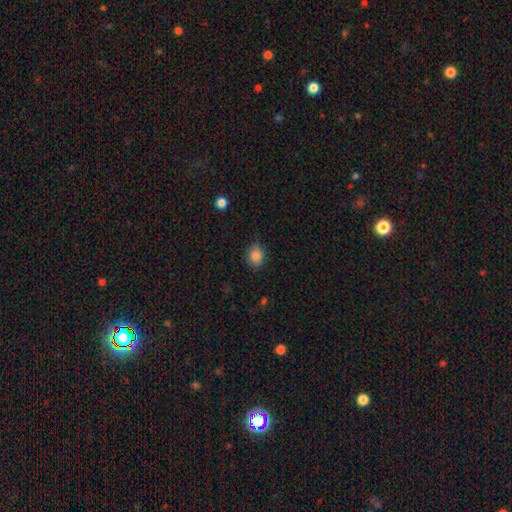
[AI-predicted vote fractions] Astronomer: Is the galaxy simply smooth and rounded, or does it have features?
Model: smooth — 86%.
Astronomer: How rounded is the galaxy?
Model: in between — 56% (runner-up: round, 43%).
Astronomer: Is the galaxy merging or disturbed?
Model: none — 81%.